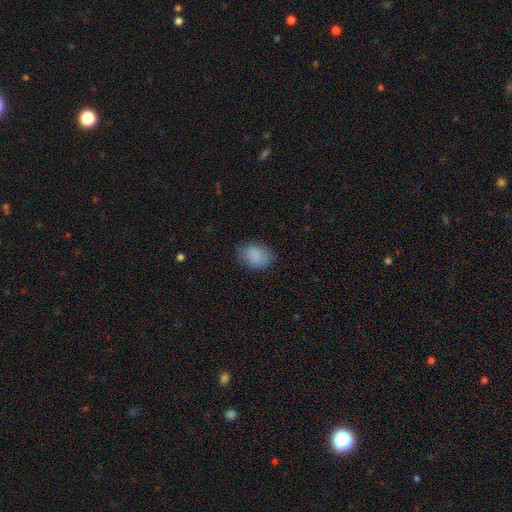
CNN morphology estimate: A smooth galaxy with no disk features (86%) that is in between round and cigar-shaped (69%).

Vote fractions:
- Smooth or featured? smooth: 86% / star or artifact: 8% / featured or disk: 6%
- How rounded? in between: 69% / round: 30% / cigar-shaped: 1%
- Merging? none: 76% / minor disturbance: 18% / major disturbance: 5% / merger: 1%